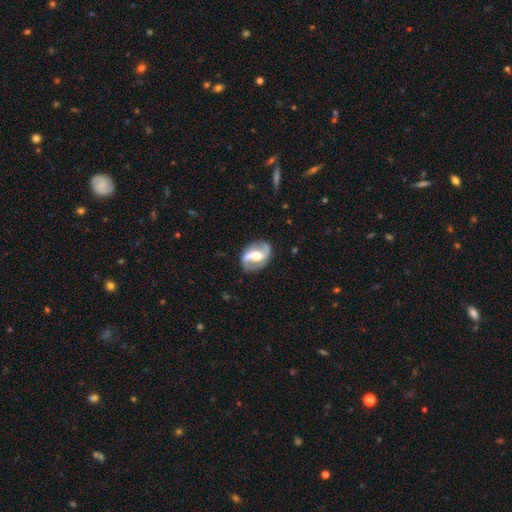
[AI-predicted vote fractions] A featured or disk galaxy (83%) with a weak bar (40%), 2 (91%) medium (45%) spiral arms (90%) and a moderate central bulge (57%).

Vote fractions:
- Smooth or featured? featured or disk: 83% / smooth: 12% / star or artifact: 5%
- Edge-on disk? no: 97% / yes: 3%
- Bar? weak: 40% / strong: 36% / no: 24%
- Spiral arms? yes: 90% / no: 10%
- Spiral winding? medium: 45% / loose: 39% / tight: 16%
- Spiral arm count? 2: 91% / can't tell: 3% / 1: 2% / 3: 1% / 4: 1% / more than 4: 1%
- Bulge size? moderate: 57% / large: 26% / small: 12% / dominant: 2% / none: 2%
- Merging? none: 79% / minor disturbance: 13% / major disturbance: 6% / merger: 2%